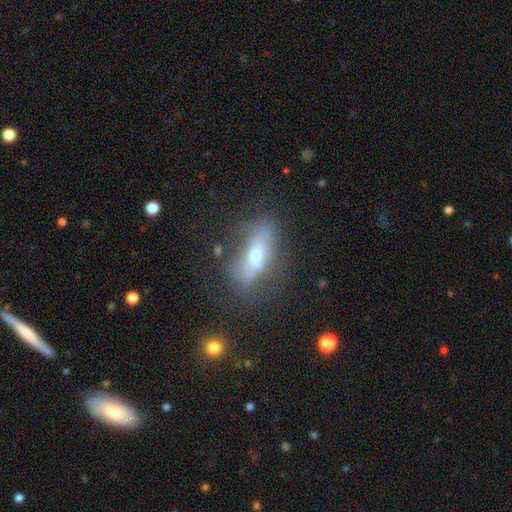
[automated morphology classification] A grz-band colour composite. It shows a featured or disk galaxy (50%). Merging: none (59%).